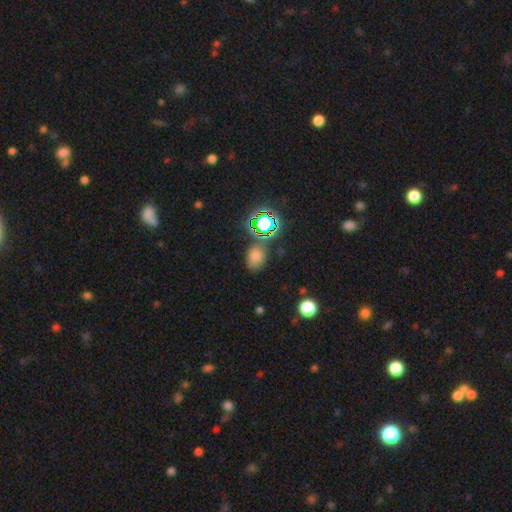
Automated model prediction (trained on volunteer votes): Morphology: type=smooth (56%); roundness=in between (57%); merging=none (71%).